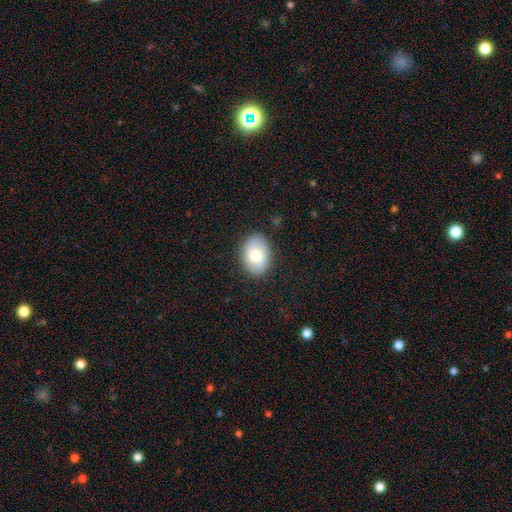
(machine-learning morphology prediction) Smooth or featured: smooth — 76% (featured or disk — 16%)
How rounded: in between — 74% (round — 25%)
Merging: none — 87% (minor disturbance — 9%)